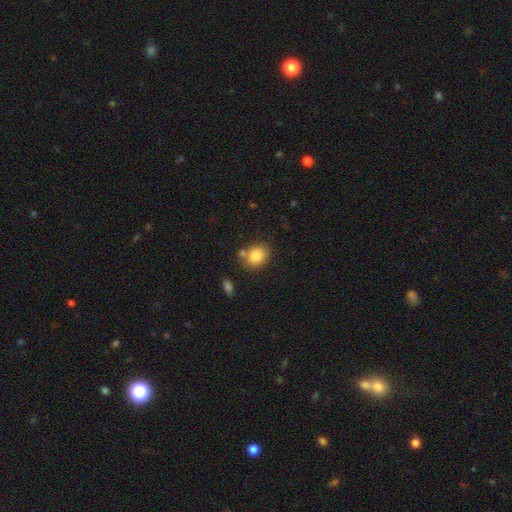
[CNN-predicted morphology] A smooth galaxy with no disk features (85%) that is round (60%).

Vote fractions:
- Smooth or featured? smooth: 85% / star or artifact: 9% / featured or disk: 6%
- How rounded? round: 60% / in between: 39% / cigar-shaped: 1%
- Merging? none: 68% / minor disturbance: 14% / merger: 13% / major disturbance: 4%